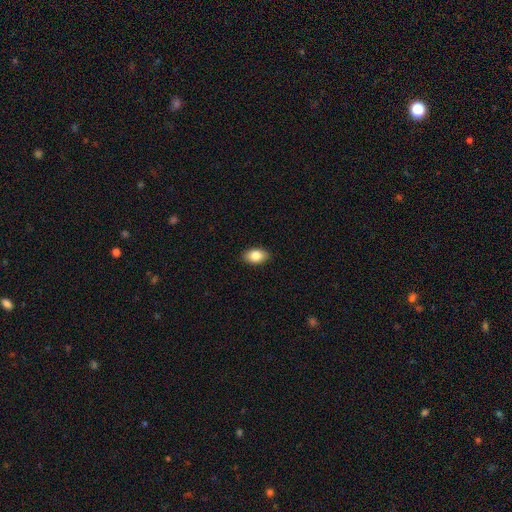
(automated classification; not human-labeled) Morphology: type=smooth (84%); roundness=in between (89%); merging=none (89%).